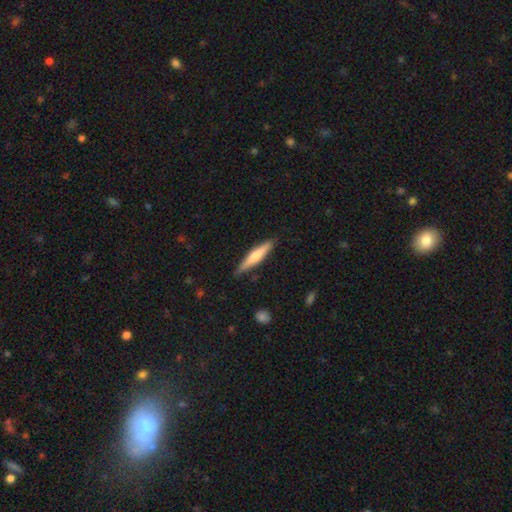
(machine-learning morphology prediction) smooth-or-featured: smooth: 60% | featured or disk: 35% | star or artifact: 5%
  how-rounded: cigar-shaped: 90% | in between: 9% | round: 1%
  merging: none: 86% | minor disturbance: 11% | major disturbance: 2% | merger: 1%